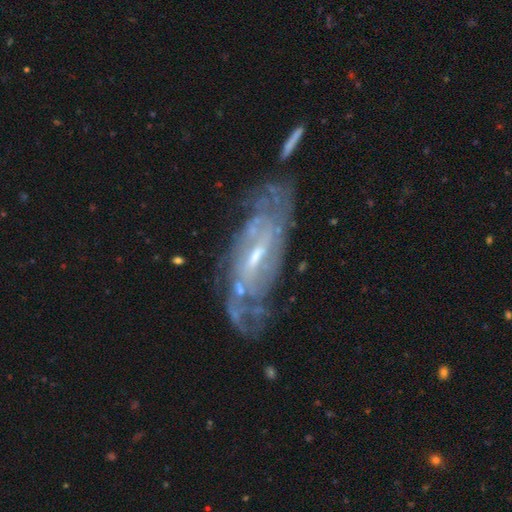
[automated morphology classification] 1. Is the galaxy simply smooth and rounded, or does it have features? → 85% featured or disk, 8% smooth, 7% star or artifact.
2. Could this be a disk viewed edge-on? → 86% no, 14% yes.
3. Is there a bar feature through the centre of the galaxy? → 49% weak, 26% strong, 25% no.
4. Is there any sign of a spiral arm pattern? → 91% yes, 9% no.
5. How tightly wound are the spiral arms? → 63% tight, 28% medium, 9% loose.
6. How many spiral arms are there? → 51% can't tell, 16% 2, 11% 4, 11% 3, 7% more than 4, 5% 1.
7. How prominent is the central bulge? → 59% small, 36% moderate, 2% none, 2% large, 1% dominant.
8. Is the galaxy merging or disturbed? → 66% none, 20% minor disturbance, 9% major disturbance, 4% merger.